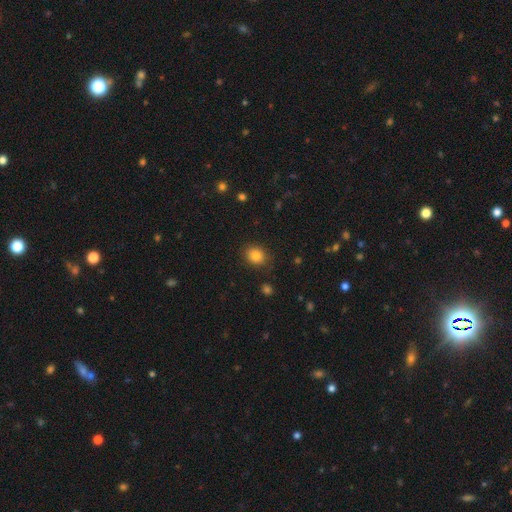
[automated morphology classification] Smooth or featured? smooth (83%)
How rounded? round (61%)
Merging? none (84%)